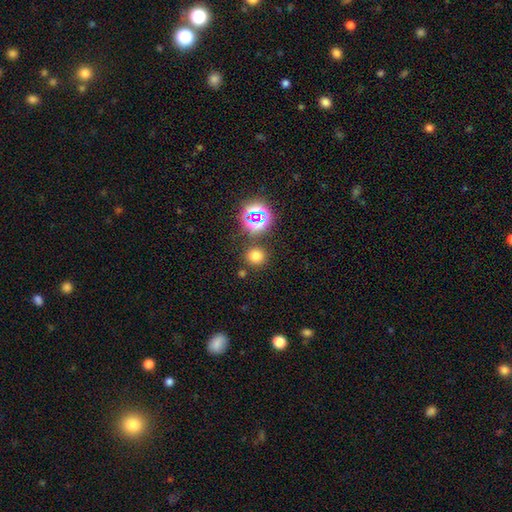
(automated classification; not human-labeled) smooth 70%, star or artifact 24%, featured or disk 6%. Down the decision tree: how rounded — round (89%); merging — none (83%).